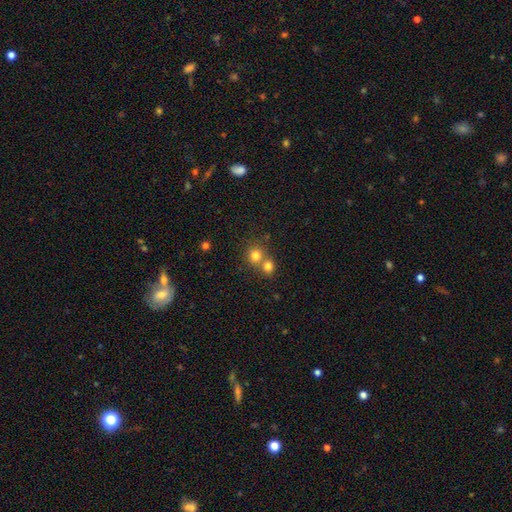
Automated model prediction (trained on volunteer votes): smooth_or_featured: smooth (p=0.78) [alt: star or artifact p=0.13]
how_rounded: round (p=0.88) [alt: in between p=0.11]
merging: none (p=0.49) [alt: merger p=0.44]